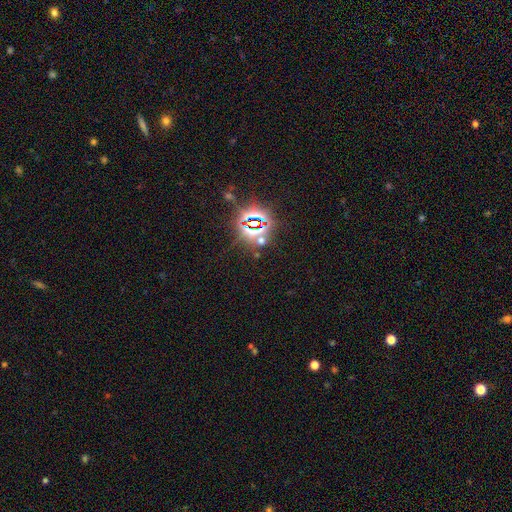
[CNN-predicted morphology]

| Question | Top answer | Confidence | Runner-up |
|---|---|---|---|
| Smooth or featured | star or artifact | 82% | smooth (11%) |